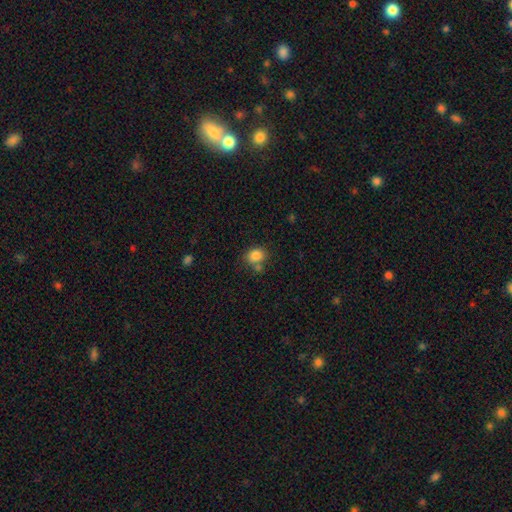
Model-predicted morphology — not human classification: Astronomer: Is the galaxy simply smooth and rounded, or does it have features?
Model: smooth — 84%.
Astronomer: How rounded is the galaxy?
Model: round — 61% (runner-up: in between, 38%).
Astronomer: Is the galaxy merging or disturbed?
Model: none — 63%.